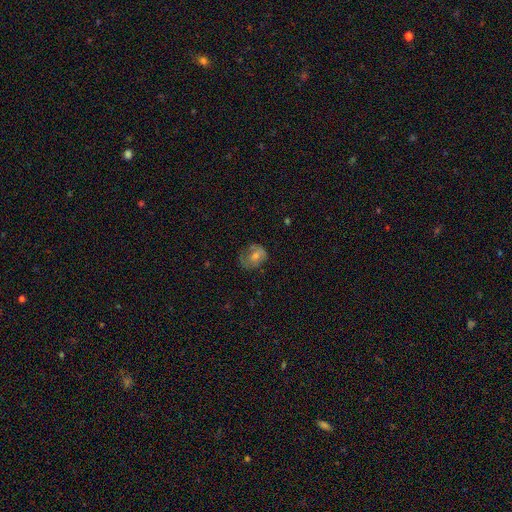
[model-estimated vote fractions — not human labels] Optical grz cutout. It shows a featured or disk galaxy (44%). Merging: none (59%).